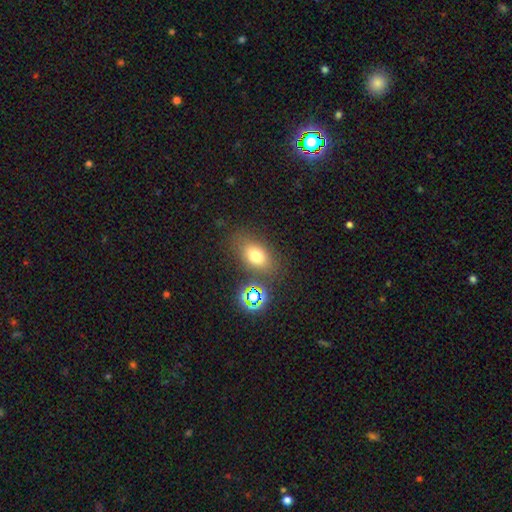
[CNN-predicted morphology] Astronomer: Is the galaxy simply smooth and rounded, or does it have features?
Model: smooth — 70%.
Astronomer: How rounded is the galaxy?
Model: in between — 76%.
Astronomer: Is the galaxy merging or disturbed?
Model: none — 75%.